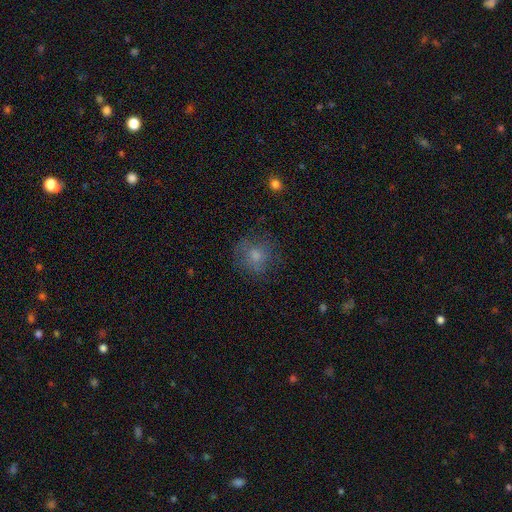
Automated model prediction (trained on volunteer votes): Q: Smooth or featured?
A: smooth (70%); runner-up: featured or disk (17%)
Q: How rounded?
A: round (85%); runner-up: in between (14%)
Q: Merging?
A: none (69%); runner-up: minor disturbance (18%)